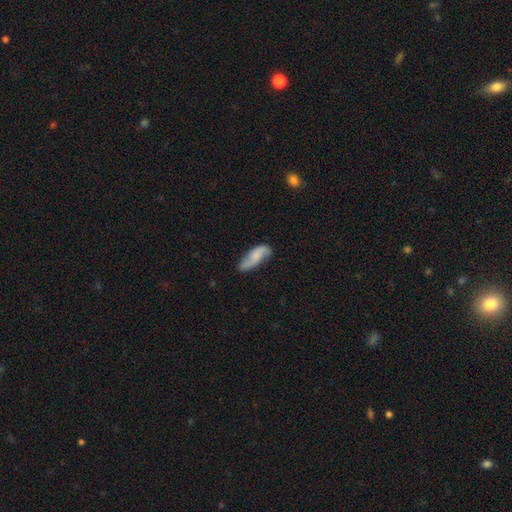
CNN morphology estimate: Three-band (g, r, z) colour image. It shows a smooth galaxy with no disk features (50%) that is in between round and cigar-shaped (66%). Merging: none (68%).